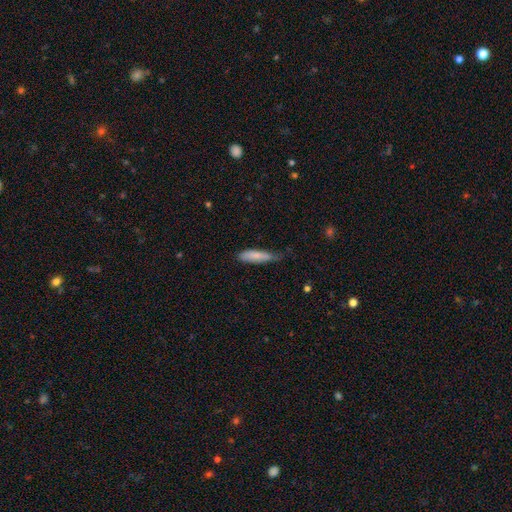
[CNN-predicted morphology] Q: Smooth or featured?
A: smooth (80%); runner-up: featured or disk (14%)
Q: How rounded?
A: cigar-shaped (71%); runner-up: in between (28%)
Q: Merging?
A: none (50%); runner-up: minor disturbance (39%)